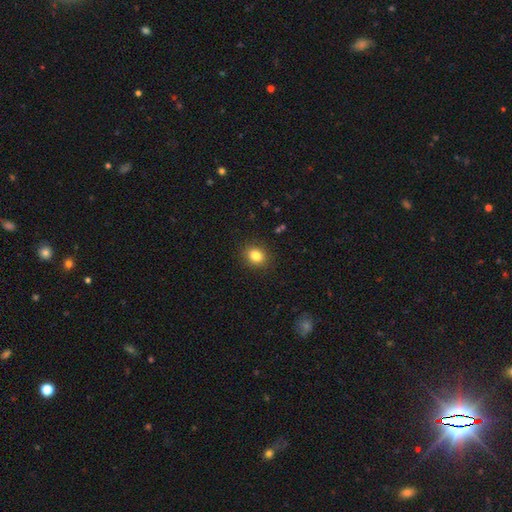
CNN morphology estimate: Overall: smooth (83%). How rounded: round (58%; in between 41%). Merging: none (89%).